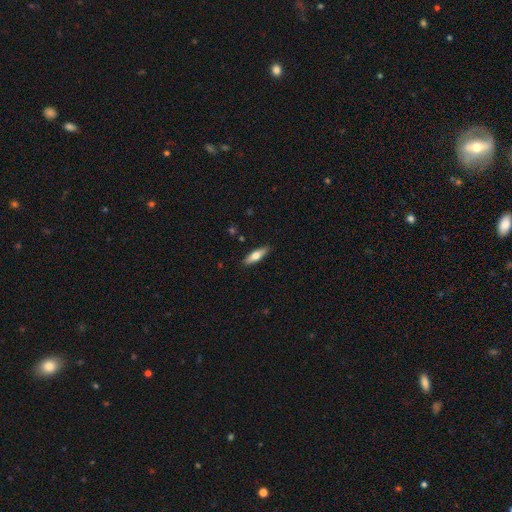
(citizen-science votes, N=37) Volunteers were most divided on "how rounded": cigar-shaped: 59%, in between: 41%, round: 0%. More confident: merging — none (97%); smooth or featured — smooth (59%).